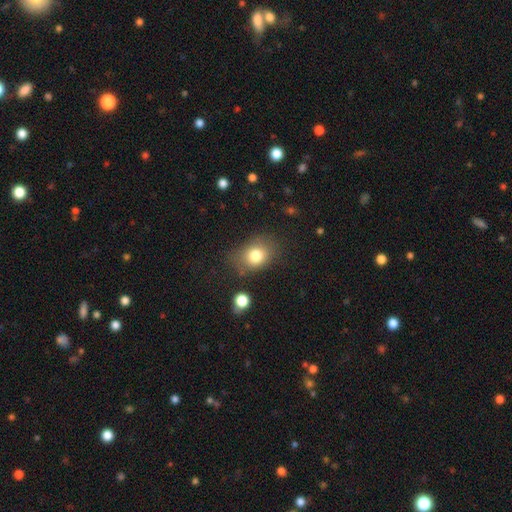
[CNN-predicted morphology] Smooth or featured? smooth (79%)
How rounded? in between (59%)
Merging? none (66%)